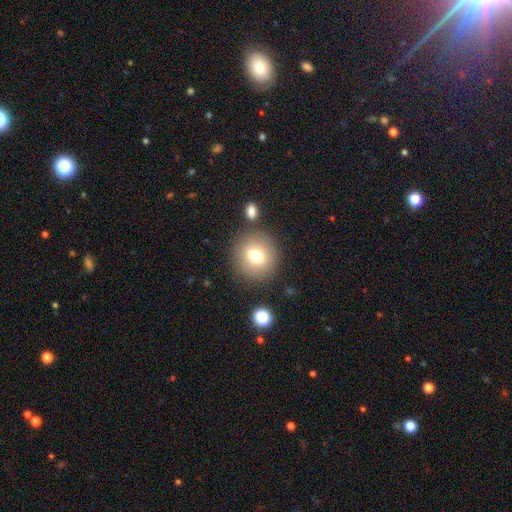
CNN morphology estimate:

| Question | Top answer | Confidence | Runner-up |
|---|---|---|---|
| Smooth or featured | smooth | 73% | featured or disk (14%) |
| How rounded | round | 89% | in between (10%) |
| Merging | none | 82% | minor disturbance (8%) |